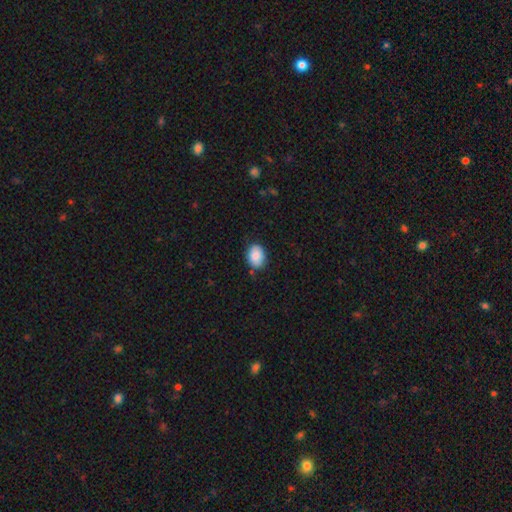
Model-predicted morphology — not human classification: Q: Smooth or featured?
A: smooth (87%); runner-up: star or artifact (7%)
Q: How rounded?
A: in between (72%); runner-up: round (27%)
Q: Merging?
A: none (82%); runner-up: minor disturbance (14%)